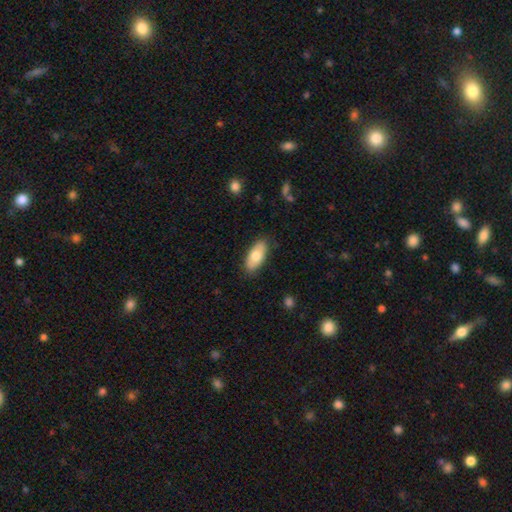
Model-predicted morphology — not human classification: A smooth galaxy with no disk features (74%) that is in between round and cigar-shaped (89%).

Vote fractions:
- Smooth or featured? smooth: 74% / featured or disk: 20% / star or artifact: 6%
- How rounded? in between: 89% / cigar-shaped: 9% / round: 2%
- Merging? none: 86% / minor disturbance: 11% / major disturbance: 2% / merger: 1%